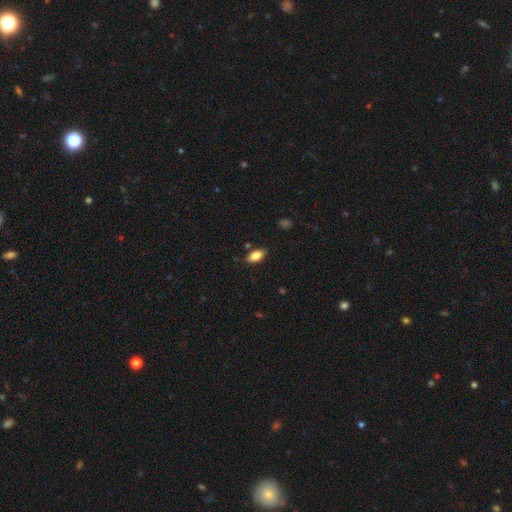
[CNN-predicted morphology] smooth_or_featured: smooth (p=0.83) [alt: featured or disk p=0.10]
how_rounded: in between (p=0.91) [alt: cigar-shaped p=0.06]
merging: none (p=0.85) [alt: minor disturbance p=0.11]